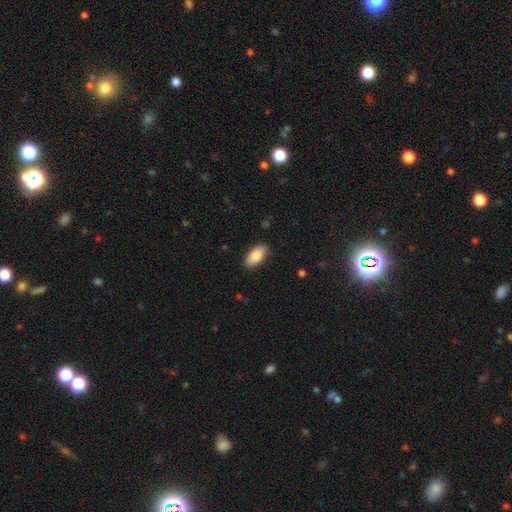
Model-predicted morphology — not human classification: This is clearly a smooth galaxy (84%). How rounded: clearly in between (91%). Merging: clearly none (85%).